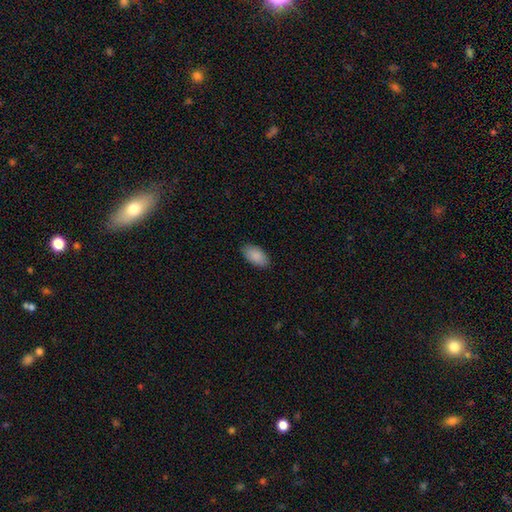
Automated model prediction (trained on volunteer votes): Smooth or featured? smooth (89%)
How rounded? in between (95%)
Merging? none (87%)